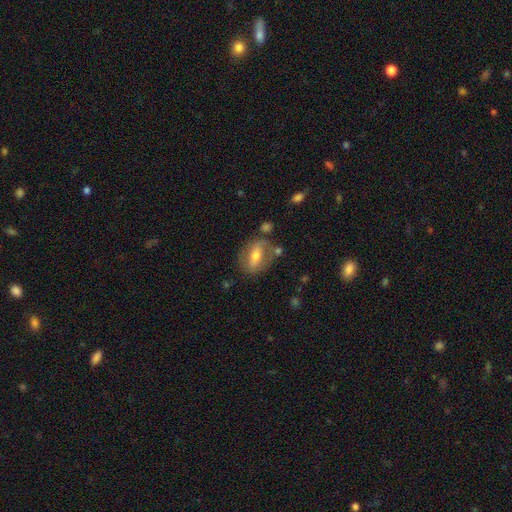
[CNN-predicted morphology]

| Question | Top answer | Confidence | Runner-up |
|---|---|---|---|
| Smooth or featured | featured or disk | 54% | smooth (38%) |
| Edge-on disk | no | 84% | yes (16%) |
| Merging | none | 62% | minor disturbance (20%) |